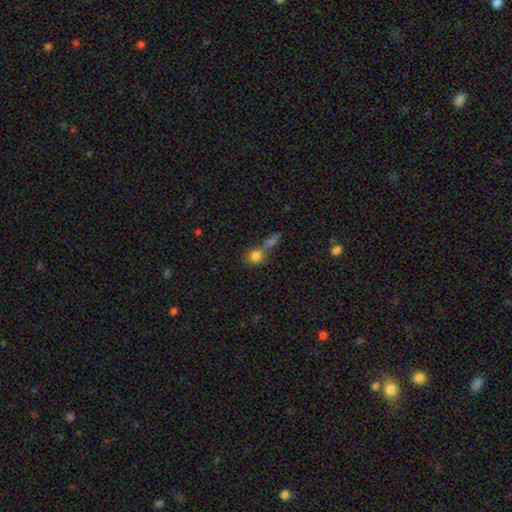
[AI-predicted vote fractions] Smooth or featured? smooth (80%)
How rounded? round (69%)
Merging? merger (48%)